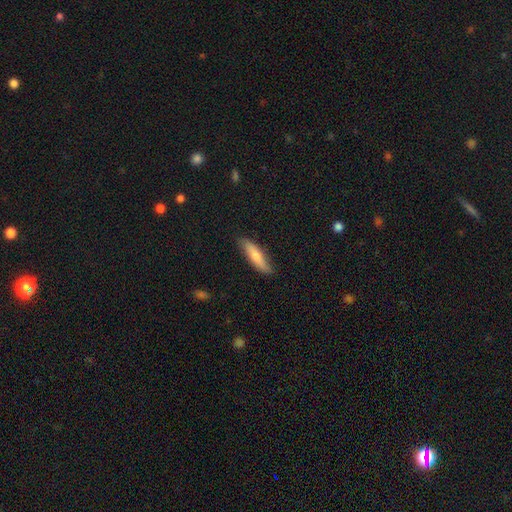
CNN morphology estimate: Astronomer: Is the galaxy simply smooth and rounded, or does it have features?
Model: smooth — 73%.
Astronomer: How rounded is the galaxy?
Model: cigar-shaped — 70%.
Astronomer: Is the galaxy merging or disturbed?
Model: none — 83%.